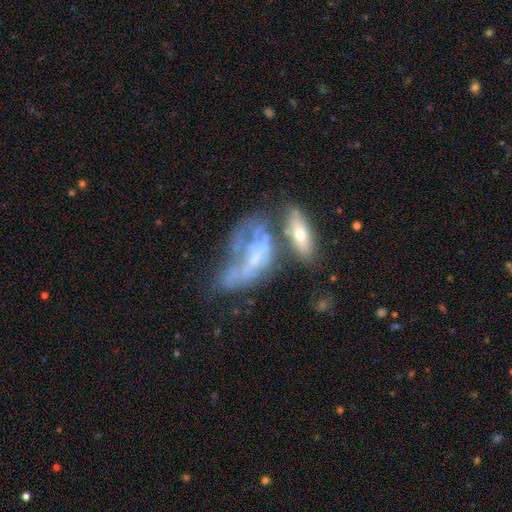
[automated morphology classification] The model was most divided on "merging": merger: 40%, major disturbance: 26%, none: 19%, minor disturbance: 15%. Remaining: edge-on disk — no (86%); bar — no (69%); smooth or featured — featured or disk (63%); spiral arms — no (61%); bulge size — small (50%).